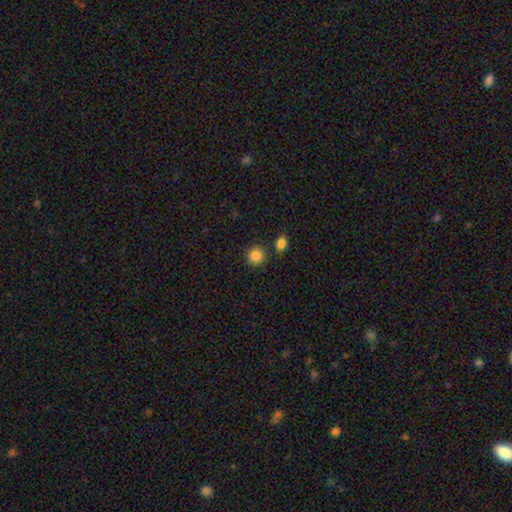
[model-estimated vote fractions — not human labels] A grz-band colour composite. It shows a smooth galaxy with no disk features (87%) that is round (90%). Merging: none (83%).